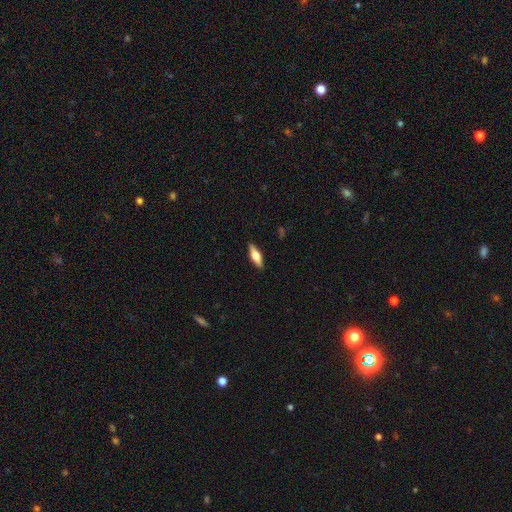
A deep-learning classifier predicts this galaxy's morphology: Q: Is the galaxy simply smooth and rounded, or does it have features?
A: smooth — 58%.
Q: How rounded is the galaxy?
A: in between — 55%.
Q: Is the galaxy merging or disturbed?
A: none — 89%.